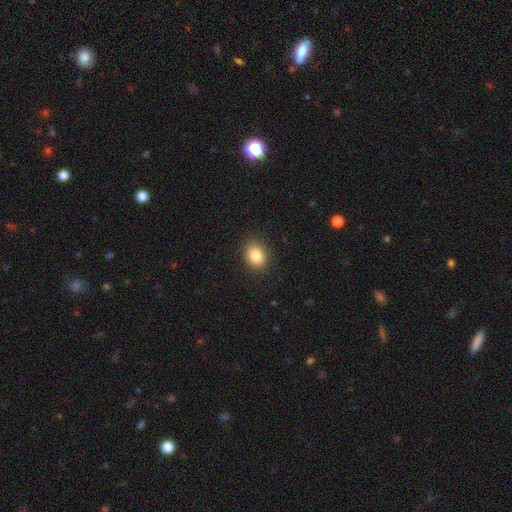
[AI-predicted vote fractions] Morphology: type=smooth (84%); roundness=in between (51%); merging=none (89%).